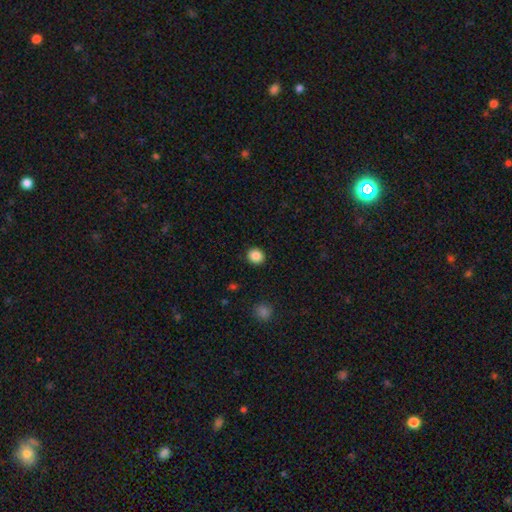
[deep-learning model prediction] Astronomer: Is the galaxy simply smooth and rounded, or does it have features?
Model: smooth — 87%.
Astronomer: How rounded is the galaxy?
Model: round — 84%.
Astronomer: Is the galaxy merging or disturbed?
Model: none — 91%.